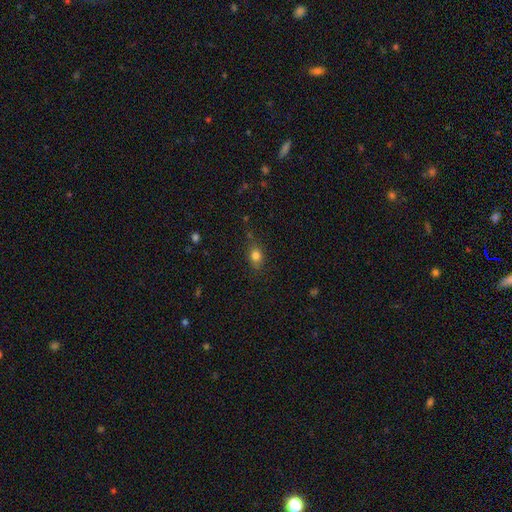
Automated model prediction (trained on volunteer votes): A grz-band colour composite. It shows a smooth galaxy with no disk features (80%) that is in between round and cigar-shaped (57%). Merging: none (75%).